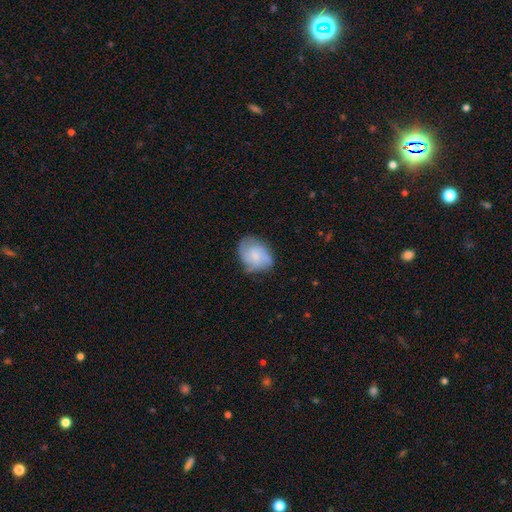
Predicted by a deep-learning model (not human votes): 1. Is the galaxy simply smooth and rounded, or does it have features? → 51% featured or disk, 41% smooth, 8% star or artifact.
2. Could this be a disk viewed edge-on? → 98% no, 2% yes.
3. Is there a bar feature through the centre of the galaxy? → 67% no, 29% weak, 4% strong.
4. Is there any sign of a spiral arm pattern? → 86% yes, 14% no.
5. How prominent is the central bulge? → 49% small, 28% moderate, 18% none, 3% large, 1% dominant.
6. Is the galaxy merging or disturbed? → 64% none, 26% minor disturbance, 9% major disturbance, 1% merger.